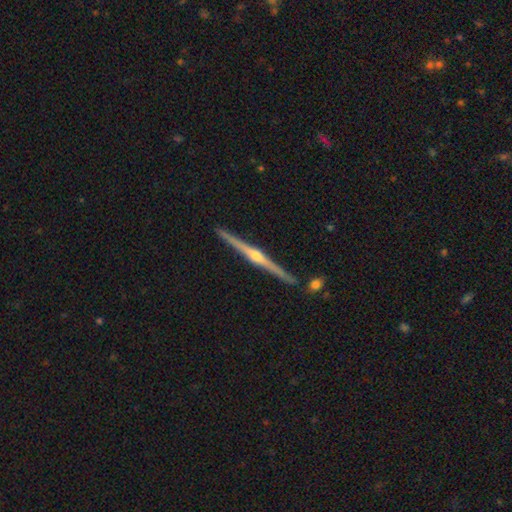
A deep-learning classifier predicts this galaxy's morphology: smooth-or-featured: featured or disk: 88% | smooth: 7% | star or artifact: 4%
  disk-edge-on: yes: 99% | no: 1%
    edge-on-bulge: rounded: 92% | none: 4% | boxy: 4%
  merging: none: 92% | minor disturbance: 5% | merger: 2% | major disturbance: 1%